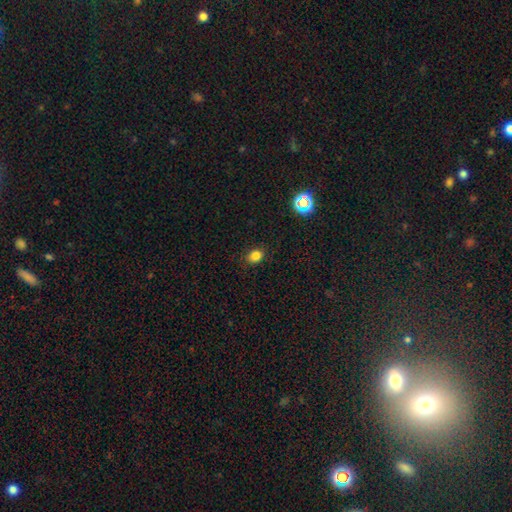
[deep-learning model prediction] Smooth or featured? Predicted: smooth (p=0.82). How rounded? Predicted: in between (p=0.56). Merging? Predicted: none (p=0.87).